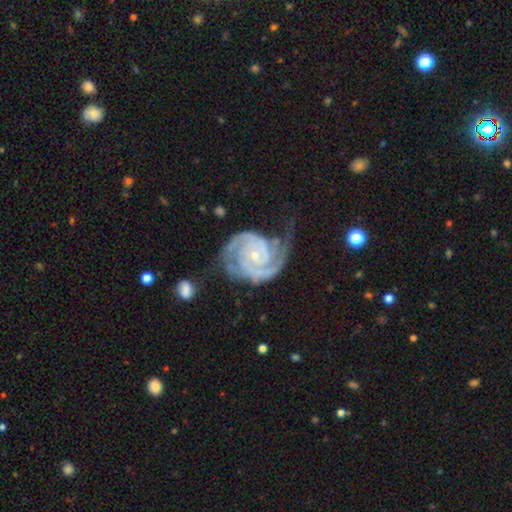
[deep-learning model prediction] A featured or disk galaxy (93%) with no bar (67%), 2 (74%) tight (63%) spiral arms (99%) and a small central bulge (76%).

Vote fractions:
- Smooth or featured? featured or disk: 93% / star or artifact: 4% / smooth: 3%
- Edge-on disk? no: 98% / yes: 2%
- Bar? no: 67% / weak: 24% / strong: 9%
- Spiral arms? yes: 99% / no: 1%
- Spiral winding? tight: 63% / medium: 32% / loose: 5%
- Spiral arm count? 2: 74% / 3: 13% / can't tell: 5% / 1: 3% / 4: 3% / more than 4: 3%
- Bulge size? small: 76% / moderate: 20% / none: 2% / large: 1% / dominant: 1%
- Merging? none: 54% / minor disturbance: 25% / major disturbance: 18% / merger: 3%